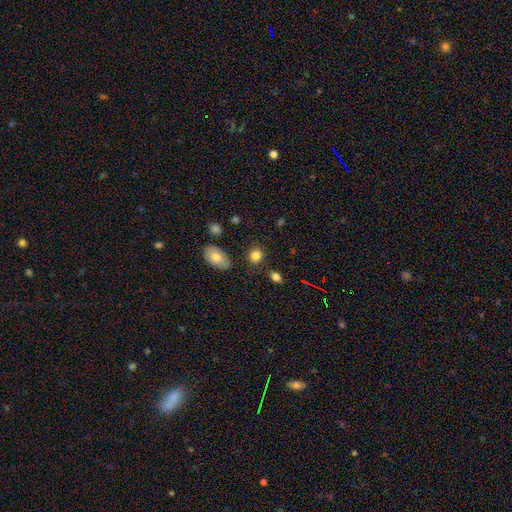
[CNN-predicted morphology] type=smooth (84%); roundness=round (69%); merging=none (82%).